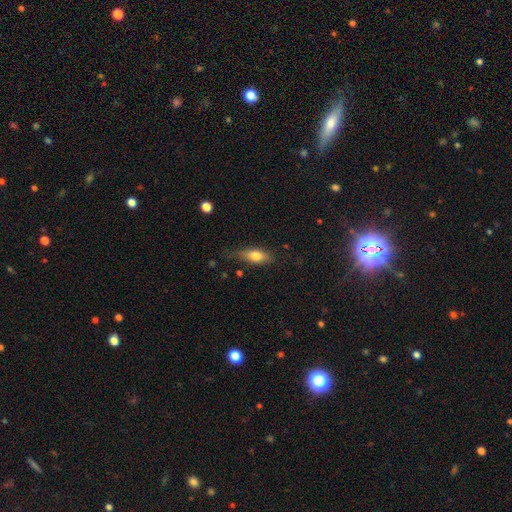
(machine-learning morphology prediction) This is likely a smooth galaxy (74%). How rounded: likely in between (75%). Merging: likely none (65%).